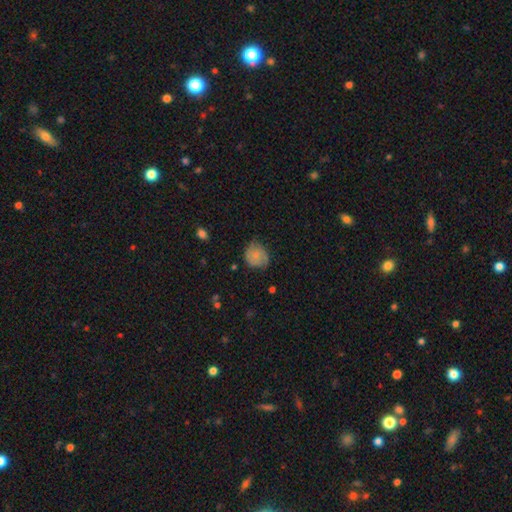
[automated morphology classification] Overall: smooth (67%). How rounded: round (75%). Merging: none (62%; minor disturbance 30%).